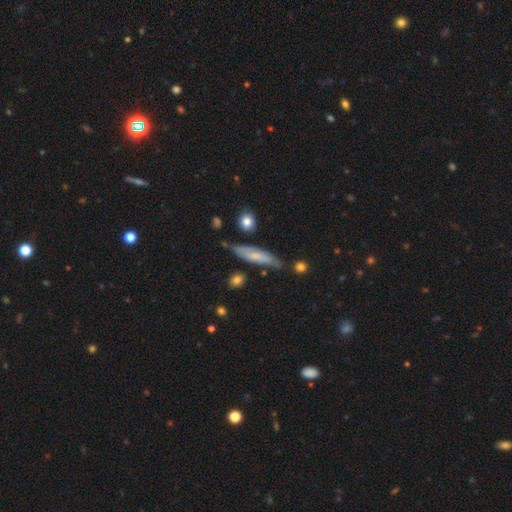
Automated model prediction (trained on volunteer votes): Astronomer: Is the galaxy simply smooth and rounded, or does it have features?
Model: smooth — 51% (runner-up: featured or disk, 42%).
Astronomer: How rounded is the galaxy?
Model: cigar-shaped — 73%.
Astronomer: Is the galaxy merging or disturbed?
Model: none — 69%.